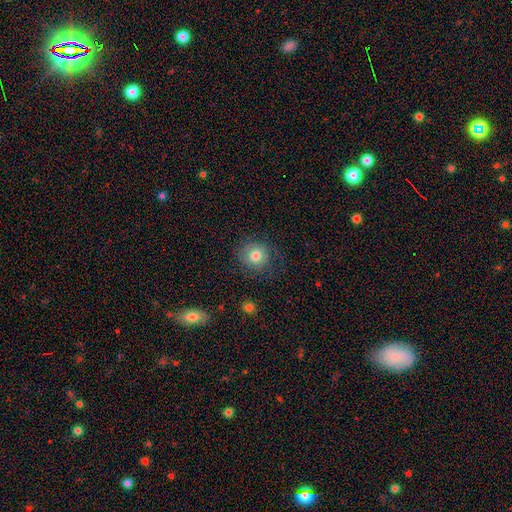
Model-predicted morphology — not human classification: This is likely a smooth galaxy (79%). How rounded: clearly round (86%). Merging: likely none (73%).